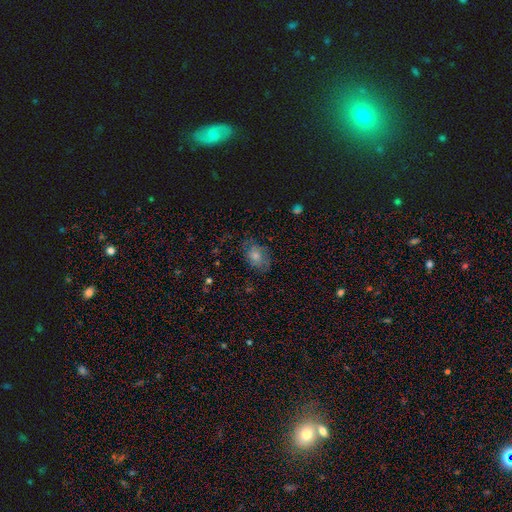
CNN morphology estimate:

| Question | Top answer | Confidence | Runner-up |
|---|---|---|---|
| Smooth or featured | smooth | 69% | featured or disk (21%) |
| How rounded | in between | 69% | round (29%) |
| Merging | none | 61% | minor disturbance (25%) |